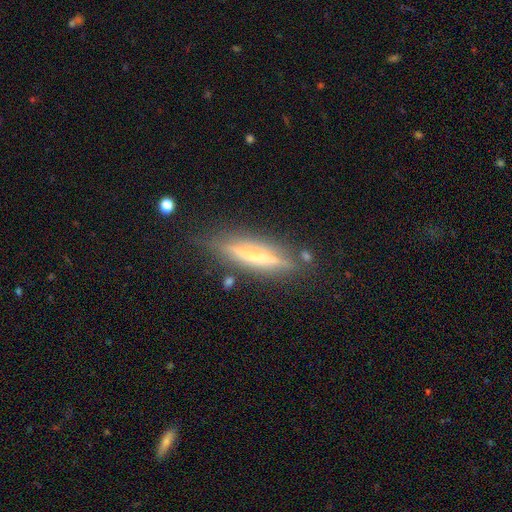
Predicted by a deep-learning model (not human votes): Morphology: type=featured or disk (66%); edge-on=yes (94%); edge-on bulge=none (46%); merging=none (79%).